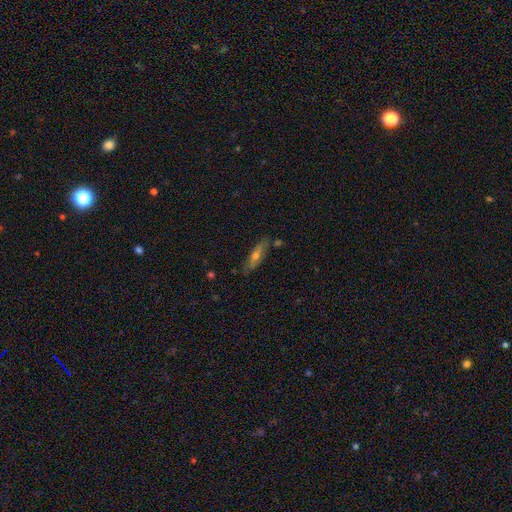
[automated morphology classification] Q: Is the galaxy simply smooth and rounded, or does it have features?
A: featured or disk — 50%.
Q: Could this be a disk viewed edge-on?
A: yes — 68%.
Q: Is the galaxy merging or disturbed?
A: none — 77%.